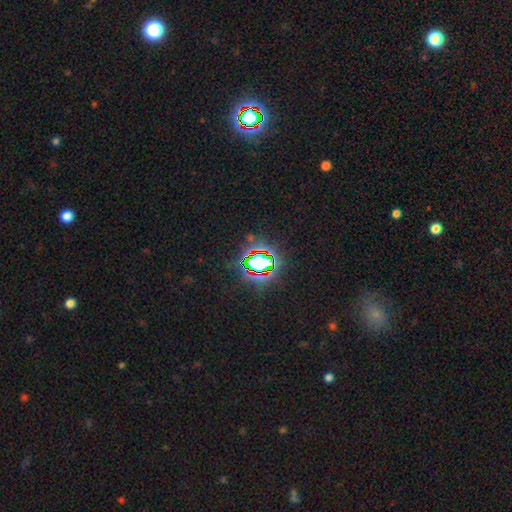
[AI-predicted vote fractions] Morphology: type=star or artifact (80%).